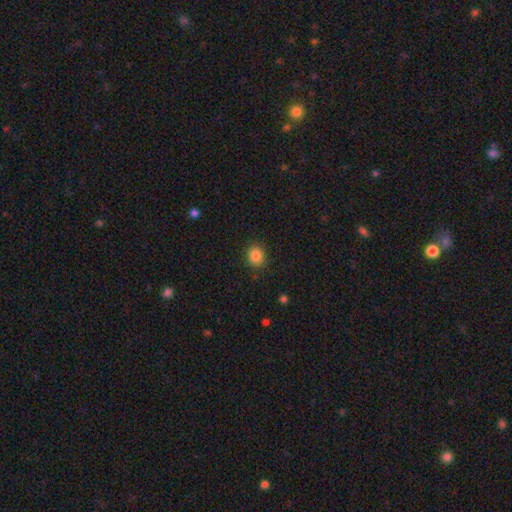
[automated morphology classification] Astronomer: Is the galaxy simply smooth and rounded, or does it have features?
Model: smooth — 86%.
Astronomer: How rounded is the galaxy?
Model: round — 64%.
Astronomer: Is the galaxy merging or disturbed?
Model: none — 87%.